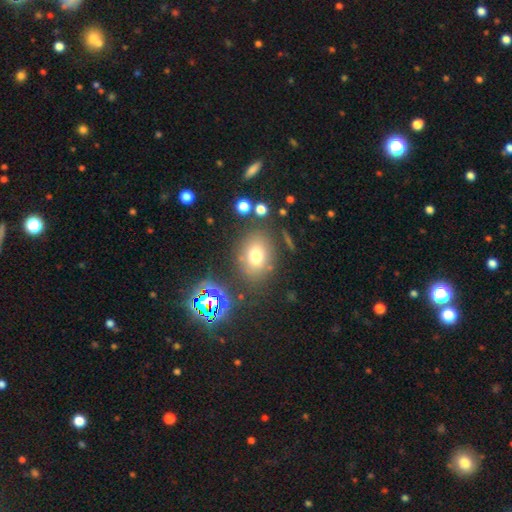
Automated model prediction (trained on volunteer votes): Smooth or featured?
  - smooth: 69% *
  - star or artifact: 18%
  - featured or disk: 13%
How rounded?
  - in between: 54% *
  - round: 45%
  - cigar-shaped: 1%
Merging?
  - none: 77% *
  - minor disturbance: 12%
  - major disturbance: 6%
  - merger: 5%